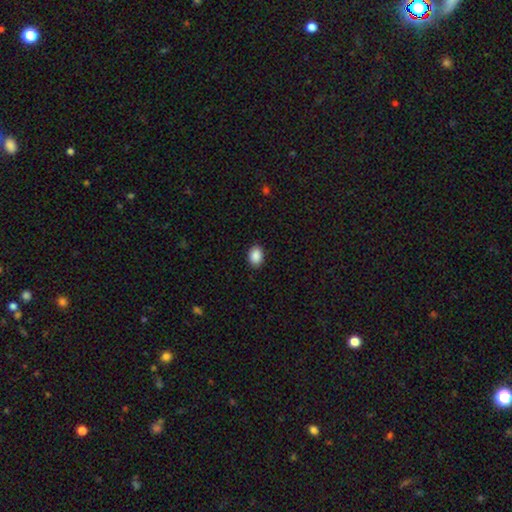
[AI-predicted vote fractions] The model was most divided on "how rounded": in between: 74%, round: 25%, cigar-shaped: 1%. More confident: smooth or featured — smooth (90%); merging — none (90%).